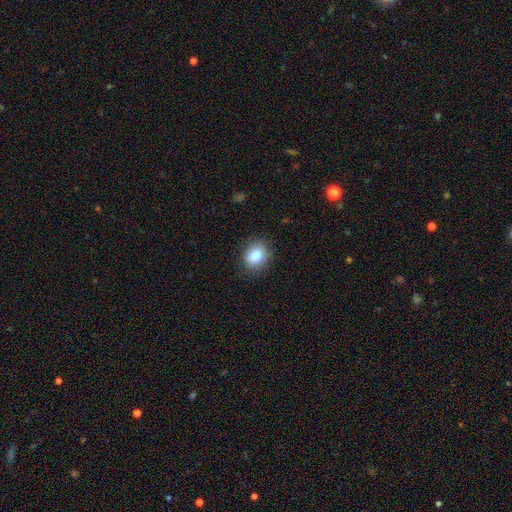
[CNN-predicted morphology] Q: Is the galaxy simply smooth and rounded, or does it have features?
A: smooth — 85%.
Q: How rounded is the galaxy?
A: in between — 54%.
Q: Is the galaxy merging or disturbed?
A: none — 83%.